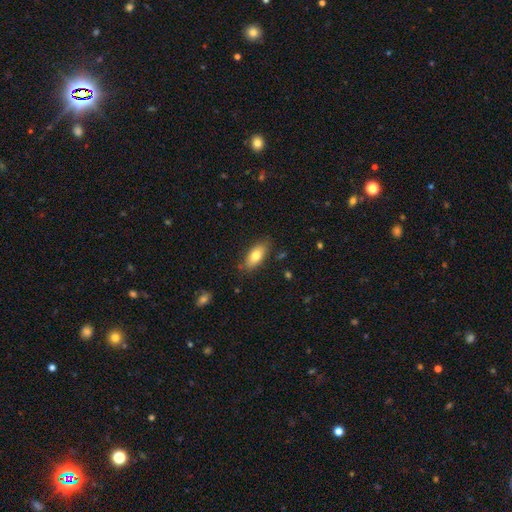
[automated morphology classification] smooth_or_featured: smooth (p=0.78) [alt: featured or disk p=0.16]
how_rounded: in between (p=0.87) [alt: cigar-shaped p=0.10]
merging: none (p=0.82) [alt: minor disturbance p=0.14]